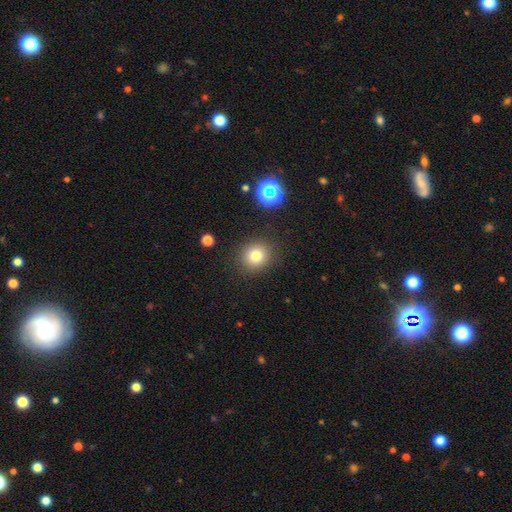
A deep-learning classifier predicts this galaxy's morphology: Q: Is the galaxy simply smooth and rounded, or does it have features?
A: smooth — 78%.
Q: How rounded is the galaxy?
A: round — 87%.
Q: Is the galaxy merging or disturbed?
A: none — 88%.